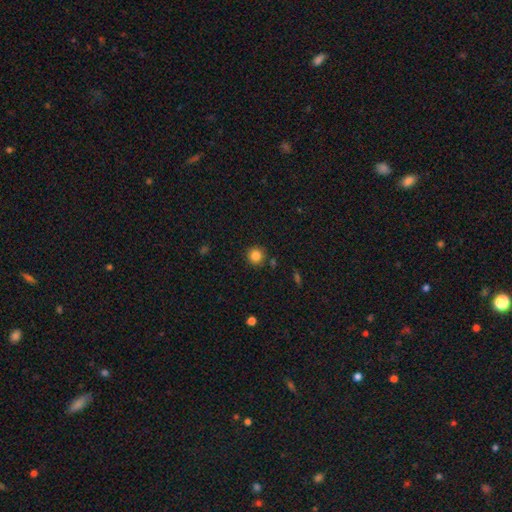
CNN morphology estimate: The model was most divided on "smooth or featured": smooth: 84%, star or artifact: 11%, featured or disk: 5%. More confident: how rounded — round (94%); merging — none (88%).